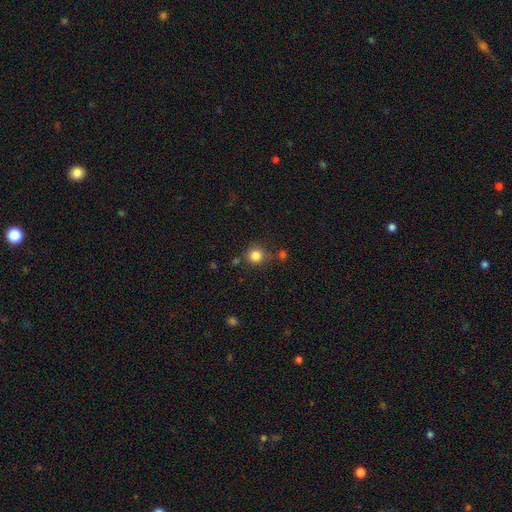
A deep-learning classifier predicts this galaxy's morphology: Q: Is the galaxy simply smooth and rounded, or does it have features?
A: smooth — 83%.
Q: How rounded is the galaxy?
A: round — 92%.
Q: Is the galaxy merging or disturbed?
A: none — 79%.